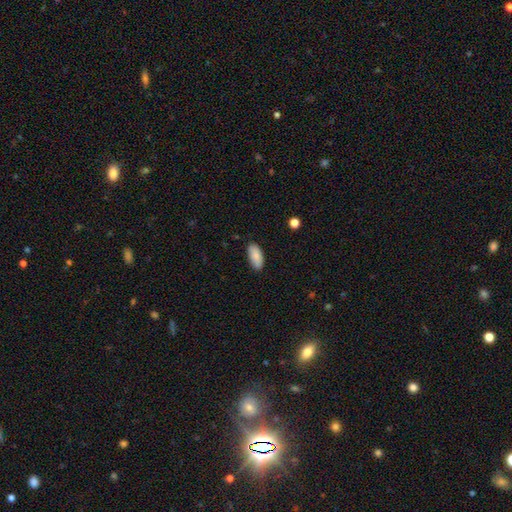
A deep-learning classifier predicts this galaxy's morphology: Smooth or featured?
  - smooth: 87% *
  - featured or disk: 7%
  - star or artifact: 6%
How rounded?
  - in between: 90% *
  - cigar-shaped: 9%
  - round: 2%
Merging?
  - none: 86% *
  - minor disturbance: 11%
  - major disturbance: 2%
  - merger: 1%